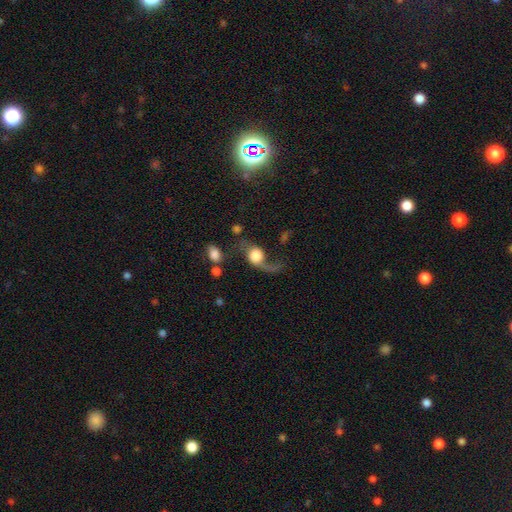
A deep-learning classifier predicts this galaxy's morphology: A featured or disk galaxy (52%).

Vote fractions:
- Smooth or featured? featured or disk: 52% / smooth: 39% / star or artifact: 9%
- Edge-on disk? no: 93% / yes: 7%
- Merging? major disturbance: 45% / none: 28% / minor disturbance: 16% / merger: 11%